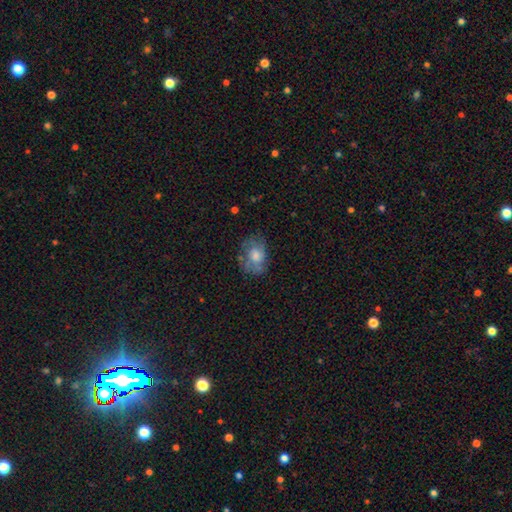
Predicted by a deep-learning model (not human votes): This is possibly a smooth galaxy (50%). Merging: likely none (62%).